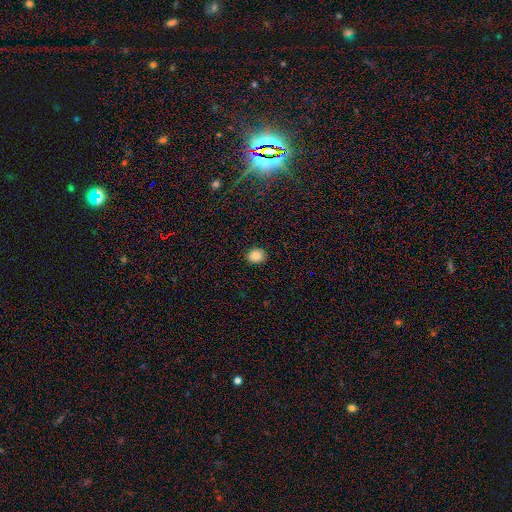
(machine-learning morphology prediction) The model was most divided on "how rounded": round: 68%, in between: 31%, cigar-shaped: 1%. More confident: merging — none (90%); smooth or featured — smooth (86%).